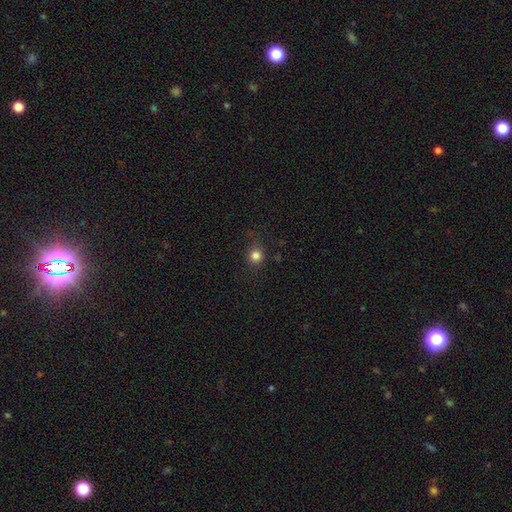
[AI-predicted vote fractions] A smooth galaxy with no disk features (82%) that is round (89%).

Vote fractions:
- Smooth or featured? smooth: 82% / star or artifact: 13% / featured or disk: 5%
- How rounded? round: 89% / in between: 10% / cigar-shaped: 1%
- Merging? none: 82% / minor disturbance: 12% / major disturbance: 4% / merger: 1%